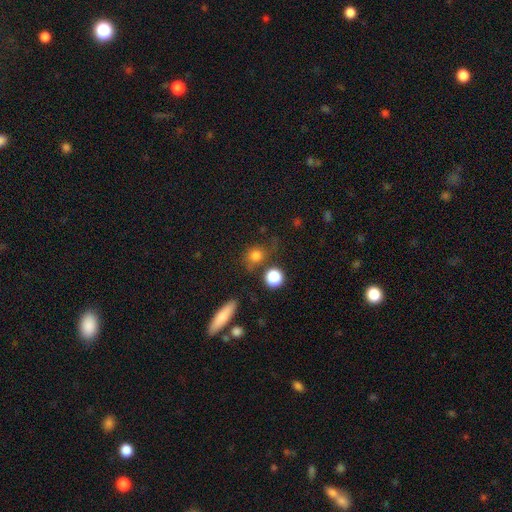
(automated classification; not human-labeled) Overall: smooth (78%). How rounded: round (77%). Merging: none (64%).